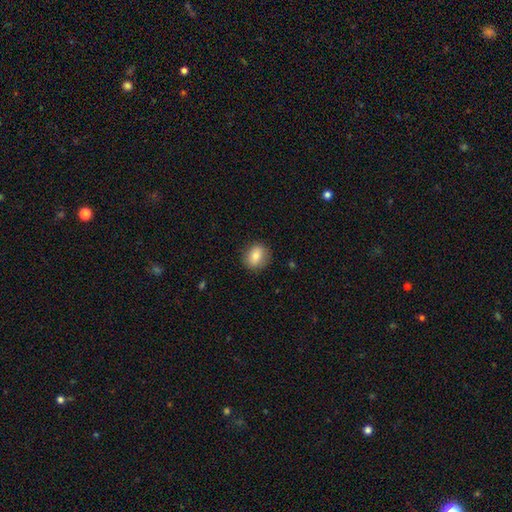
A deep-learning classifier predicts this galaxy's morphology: A smooth galaxy with no disk features (79%) that is round (56%).

Vote fractions:
- Smooth or featured? smooth: 79% / featured or disk: 13% / star or artifact: 9%
- How rounded? round: 56% / in between: 43% / cigar-shaped: 1%
- Merging? none: 85% / minor disturbance: 11% / major disturbance: 3% / merger: 1%